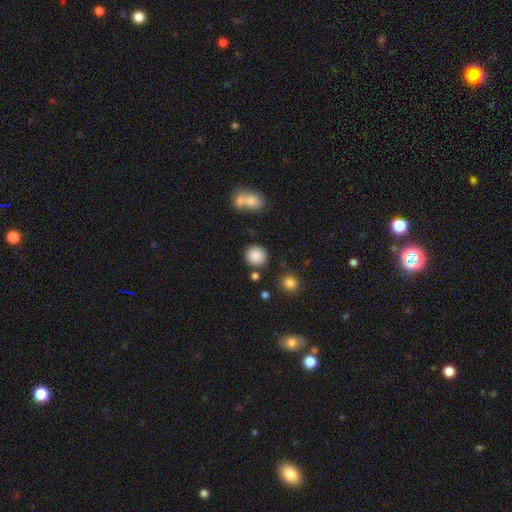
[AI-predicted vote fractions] smooth-or-featured: smooth: 87% | star or artifact: 9% | featured or disk: 4%
  how-rounded: round: 88% | in between: 11% | cigar-shaped: 1%
  merging: none: 82% | minor disturbance: 9% | merger: 5% | major disturbance: 3%